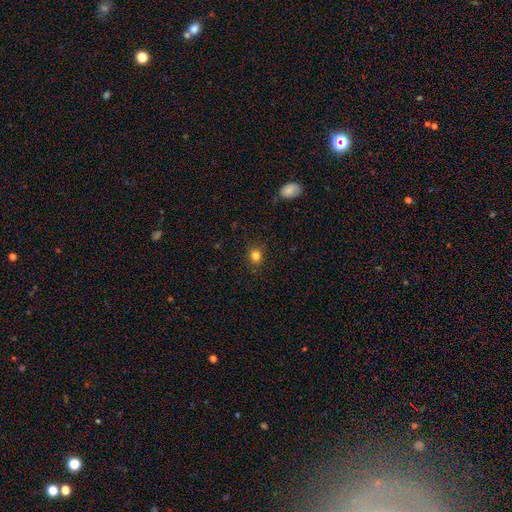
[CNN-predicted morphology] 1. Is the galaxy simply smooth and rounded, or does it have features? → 82% smooth, 13% star or artifact, 5% featured or disk.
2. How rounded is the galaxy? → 77% round, 22% in between, 1% cigar-shaped.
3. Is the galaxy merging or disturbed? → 88% none, 8% minor disturbance, 2% major disturbance, 1% merger.